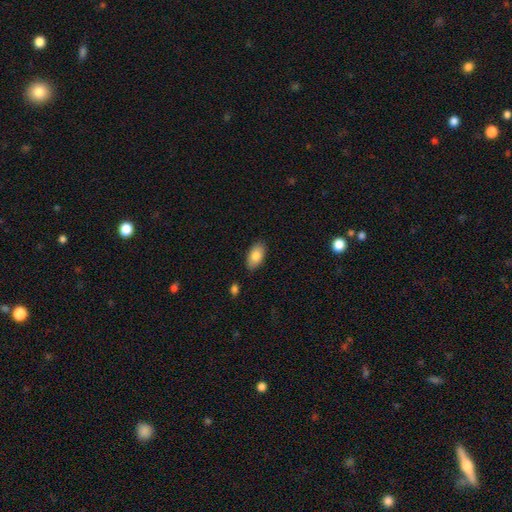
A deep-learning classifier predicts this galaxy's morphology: Smooth or featured?
  - smooth: 81% *
  - featured or disk: 12%
  - star or artifact: 7%
How rounded?
  - in between: 94% *
  - round: 4%
  - cigar-shaped: 2%
Merging?
  - none: 86% *
  - minor disturbance: 10%
  - major disturbance: 2%
  - merger: 1%